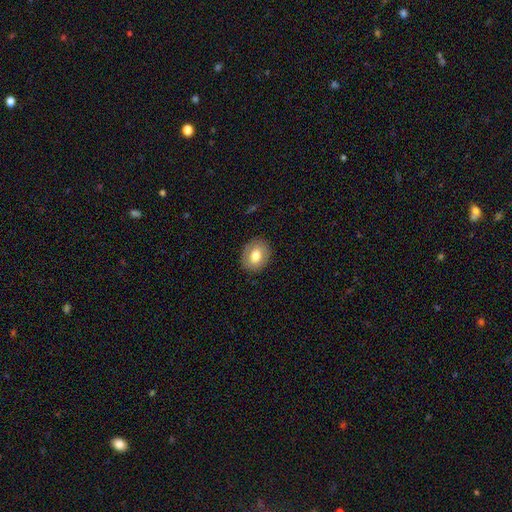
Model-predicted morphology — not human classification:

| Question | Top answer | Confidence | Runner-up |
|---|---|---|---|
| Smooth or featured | smooth | 74% | featured or disk (18%) |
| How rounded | round | 52% | in between (47%) |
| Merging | none | 88% | minor disturbance (8%) |